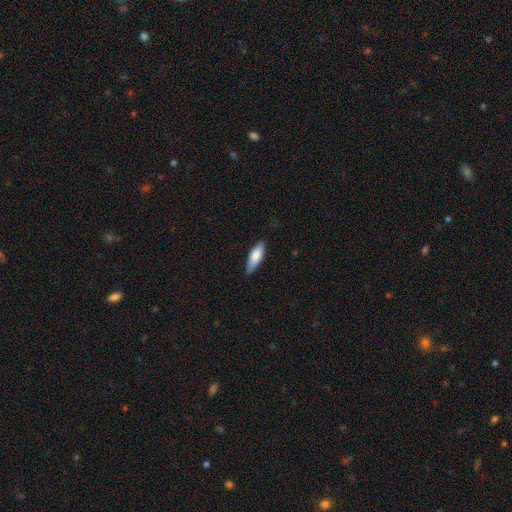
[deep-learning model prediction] smooth 80%, featured or disk 14%, star or artifact 6%. Down the decision tree: how rounded — in between (55%); merging — none (81%).